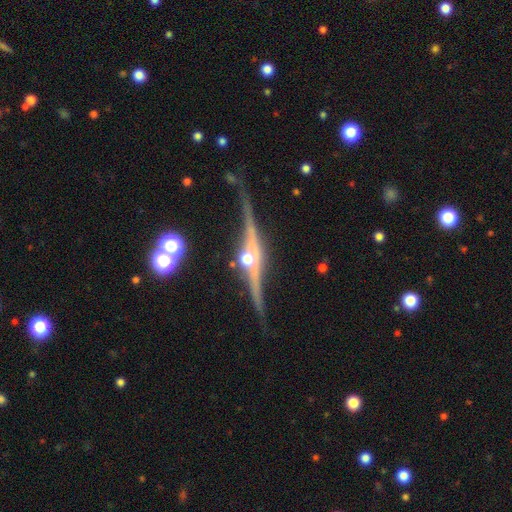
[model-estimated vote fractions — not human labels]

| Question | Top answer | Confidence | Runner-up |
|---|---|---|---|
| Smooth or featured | featured or disk | 89% | star or artifact (6%) |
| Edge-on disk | yes | 97% | no (3%) |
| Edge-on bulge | rounded | 94% | boxy (3%) |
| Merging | none | 82% | minor disturbance (12%) |